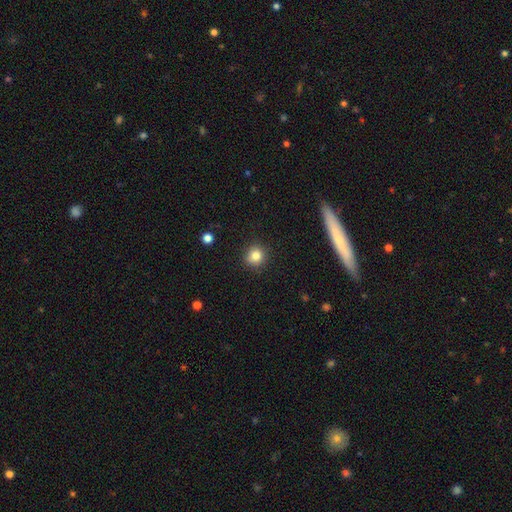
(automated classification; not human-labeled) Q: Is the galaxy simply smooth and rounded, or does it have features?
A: smooth — 82%.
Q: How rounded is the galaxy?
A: round — 87%.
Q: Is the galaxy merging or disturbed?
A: none — 88%.